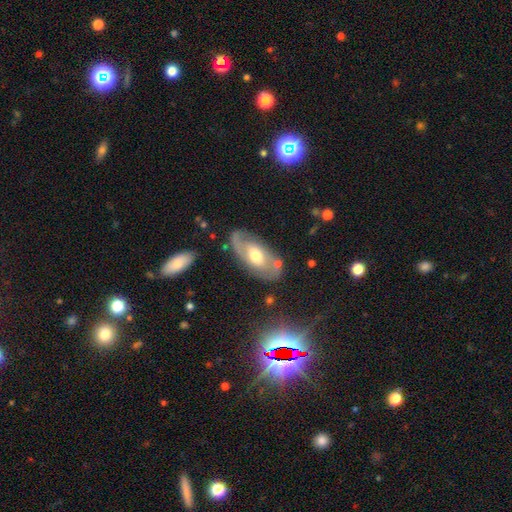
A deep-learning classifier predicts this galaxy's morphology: smooth-or-featured: featured or disk: 62% | smooth: 32% | star or artifact: 6%
  disk-edge-on: no: 89% | yes: 11%
    bar: no: 62% | weak: 30% | strong: 8%
    has-spiral-arms: yes: 67% | no: 33%
    bulge-size: moderate: 66% | large: 21% | small: 10% | dominant: 1% | none: 1%
  merging: none: 71% | minor disturbance: 18% | major disturbance: 7% | merger: 4%